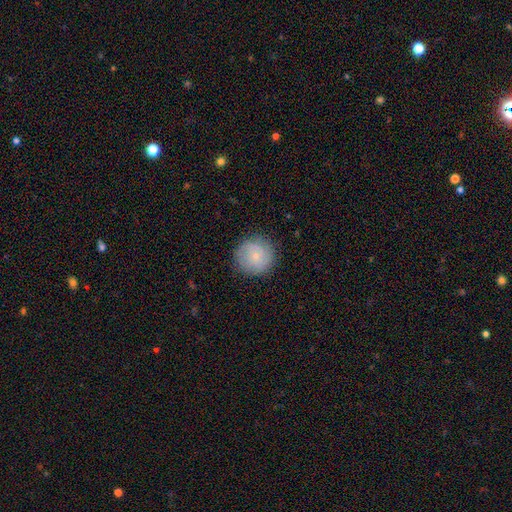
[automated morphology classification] smooth_or_featured: smooth (p=0.66) [alt: featured or disk p=0.26]
how_rounded: round (p=0.94) [alt: in between p=0.05]
merging: none (p=0.84) [alt: minor disturbance p=0.12]